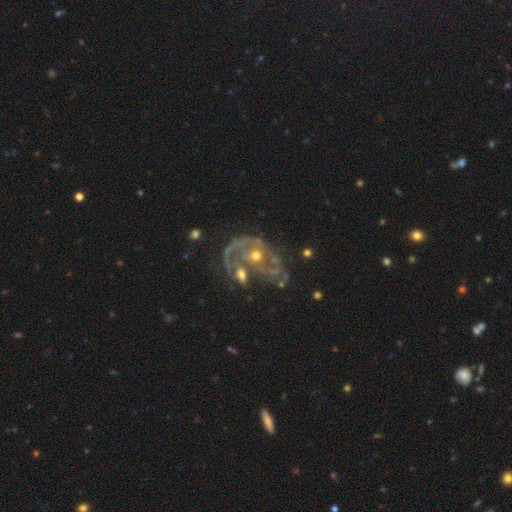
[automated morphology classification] Q: Smooth or featured?
A: featured or disk (82%); runner-up: smooth (9%)
Q: Edge-on disk?
A: no (97%); runner-up: yes (3%)
Q: Bar?
A: no (77%); runner-up: weak (17%)
Q: Spiral arms?
A: yes (74%); runner-up: no (26%)
Q: Spiral winding?
A: tight (39%); runner-up: medium (37%)
Q: Spiral arm count?
A: 2 (31%); tied with: can't tell (31%)
Q: Bulge size?
A: moderate (55%); runner-up: small (37%)
Q: Merging?
A: none (30%); runner-up: merger (28%)